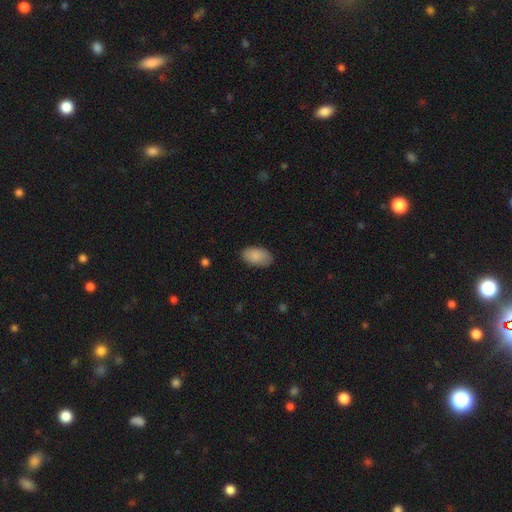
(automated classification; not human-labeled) Smooth or featured?
  - smooth: 88% *
  - star or artifact: 6%
  - featured or disk: 6%
How rounded?
  - in between: 95% *
  - round: 4%
  - cigar-shaped: 2%
Merging?
  - none: 85% *
  - minor disturbance: 11%
  - major disturbance: 2%
  - merger: 1%